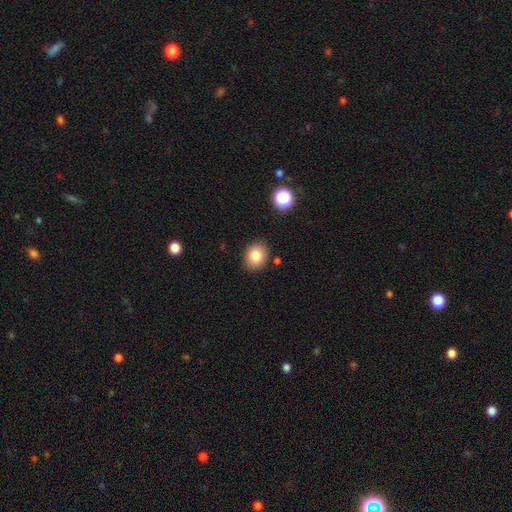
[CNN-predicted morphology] A smooth galaxy with no disk features (82%) that is round (53%). Merging: none (86%).